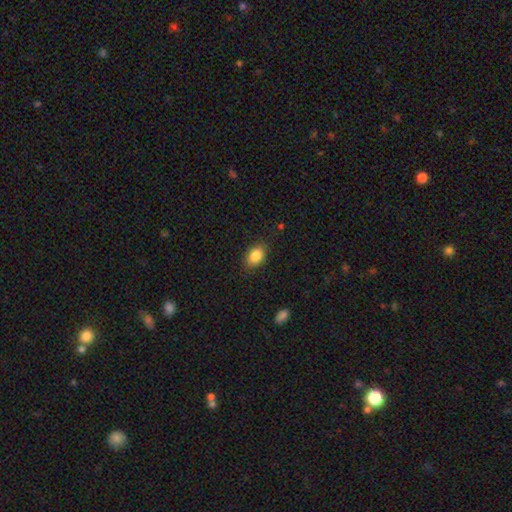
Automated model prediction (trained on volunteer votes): Overall: smooth (85%). How rounded: in between (79%). Merging: none (85%).